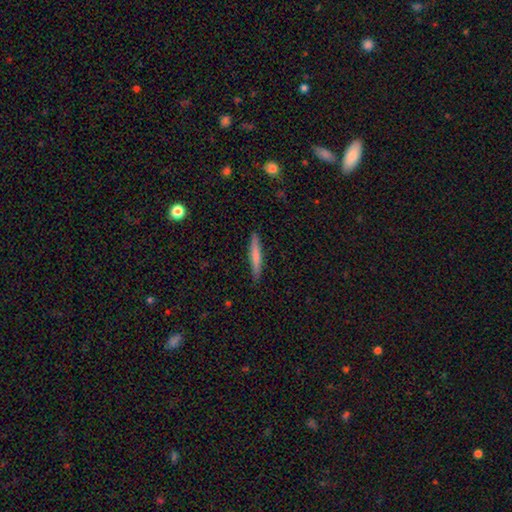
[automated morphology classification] Smooth or featured?
  - smooth: 69% *
  - featured or disk: 25%
  - star or artifact: 6%
How rounded?
  - cigar-shaped: 94% *
  - in between: 4%
  - round: 1%
Merging?
  - none: 90% *
  - minor disturbance: 8%
  - major disturbance: 2%
  - merger: 1%